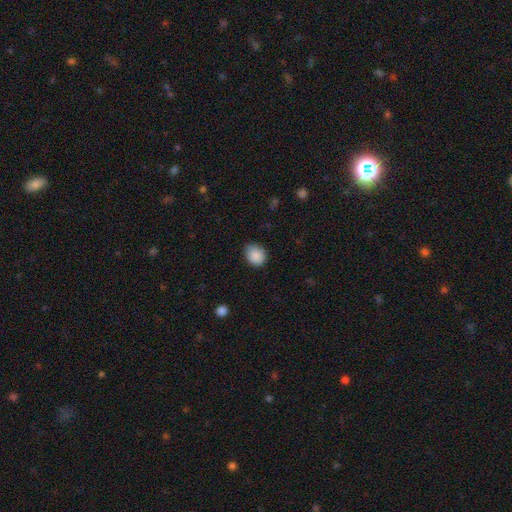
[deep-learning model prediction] This appears to be a smooth galaxy with no disk features (88%) that is round (57%). Merging: none (79%).